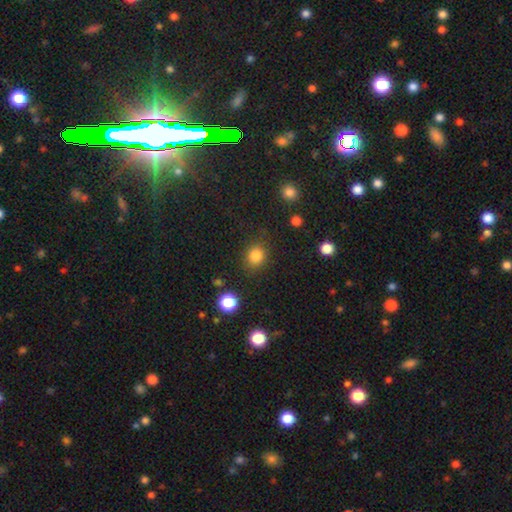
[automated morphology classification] This is clearly a smooth galaxy (83%). How rounded: likely round (74%). Merging: clearly none (84%).